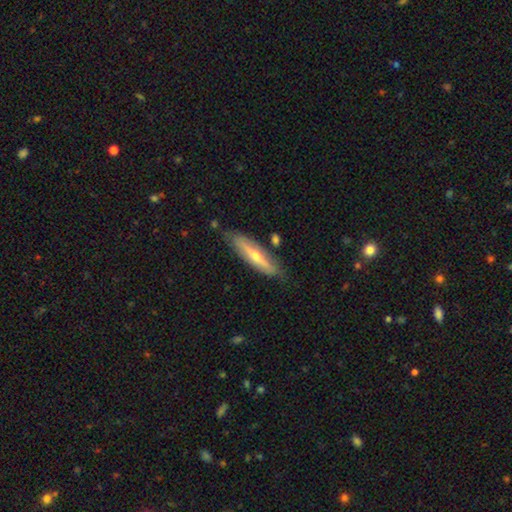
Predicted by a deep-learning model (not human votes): Overall: featured or disk (58%; smooth 36%). Edge-on disk: yes (76%). Merging: none (78%).